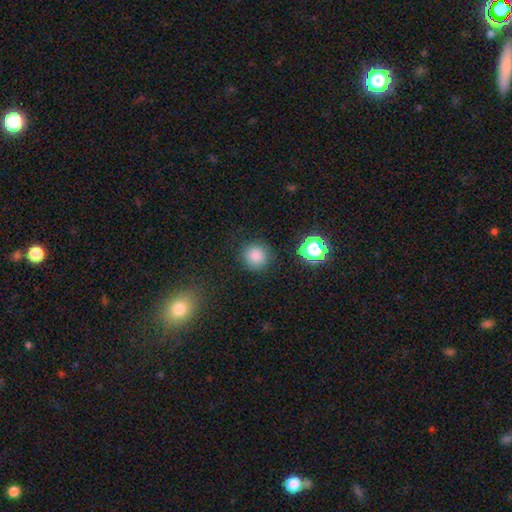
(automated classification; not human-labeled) This appears to be a smooth galaxy with no disk features (81%) that is round (93%). Merging: none (86%).